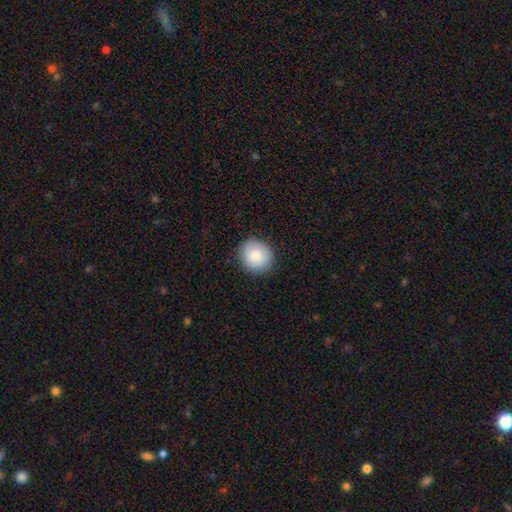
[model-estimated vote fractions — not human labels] A smooth galaxy with no disk features (87%) that is round (83%).

Vote fractions:
- Smooth or featured? smooth: 87% / featured or disk: 7% / star or artifact: 7%
- How rounded? round: 83% / in between: 16% / cigar-shaped: 1%
- Merging? none: 88% / minor disturbance: 9% / major disturbance: 2% / merger: 1%